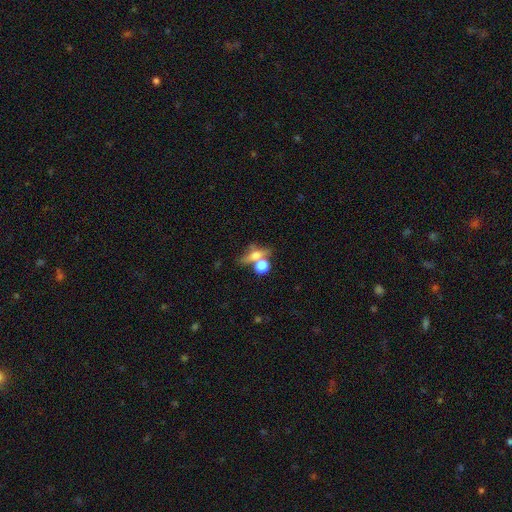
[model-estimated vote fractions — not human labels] The model was most divided on "smooth or featured": smooth: 47%, featured or disk: 38%, star or artifact: 16%. More confident: merging — none (53%).